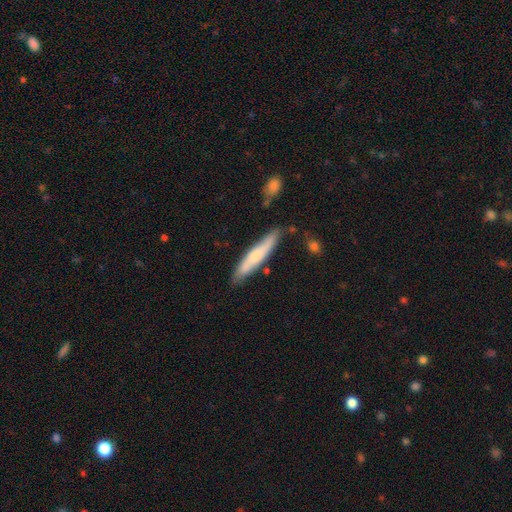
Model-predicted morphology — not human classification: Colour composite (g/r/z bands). It shows a smooth galaxy with no disk features (61%) that is cigar-shaped (89%). Merging: none (77%).